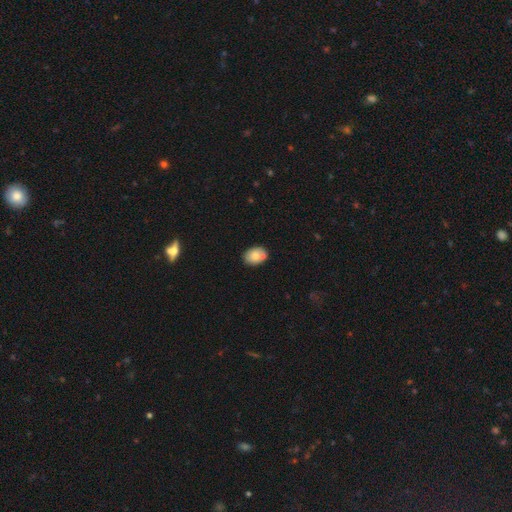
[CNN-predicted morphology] This is likely a smooth galaxy (75%). How rounded: likely in between (72%). Merging: likely none (67%).